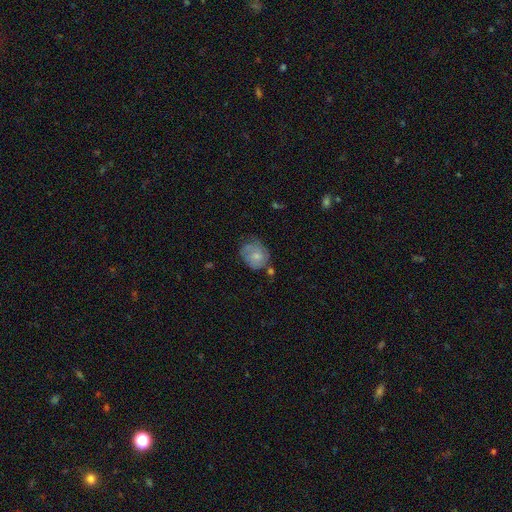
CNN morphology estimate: smooth-or-featured: smooth: 64% | featured or disk: 29% | star or artifact: 8%
  how-rounded: round: 59% | in between: 40% | cigar-shaped: 1%
  merging: none: 49% | minor disturbance: 32% | major disturbance: 13% | merger: 7%